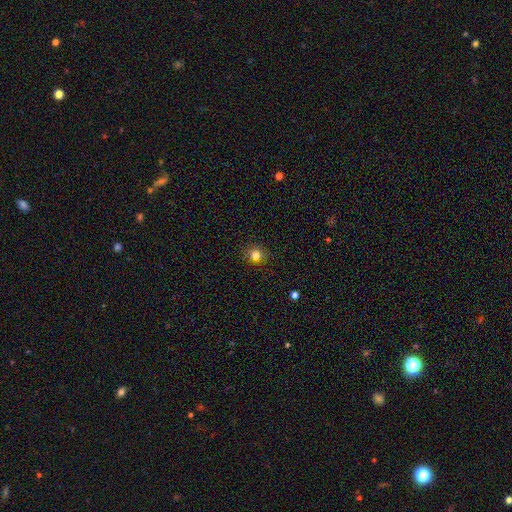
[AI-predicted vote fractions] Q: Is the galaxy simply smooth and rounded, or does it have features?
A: smooth — 79%.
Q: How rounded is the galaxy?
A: round — 89%.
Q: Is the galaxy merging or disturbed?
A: none — 90%.